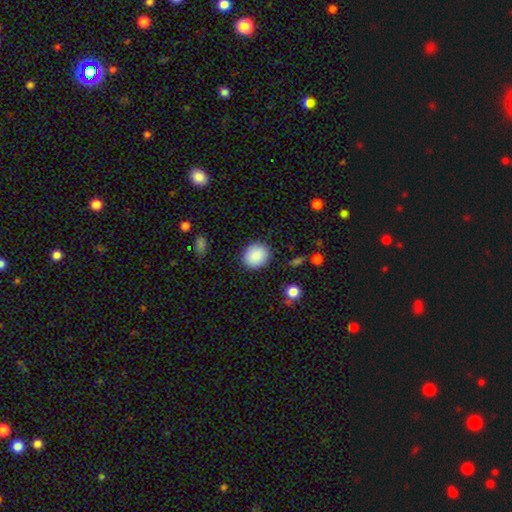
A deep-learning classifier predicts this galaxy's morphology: smooth-or-featured: smooth: 89% | star or artifact: 7% | featured or disk: 4%
  how-rounded: round: 78% | in between: 21% | cigar-shaped: 1%
  merging: none: 89% | minor disturbance: 8% | major disturbance: 2% | merger: 1%